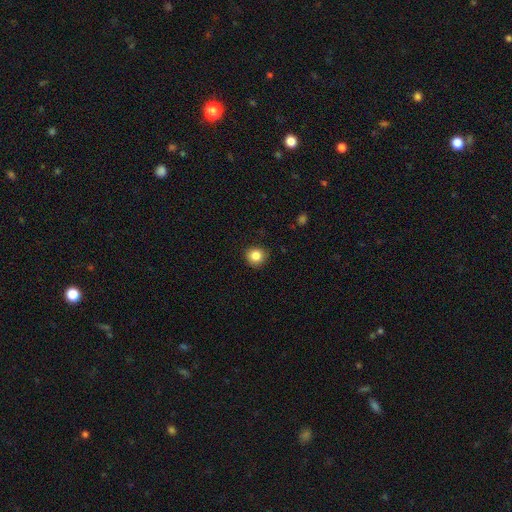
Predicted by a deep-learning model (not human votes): Overall: smooth (85%). How rounded: round (89%). Merging: none (86%).